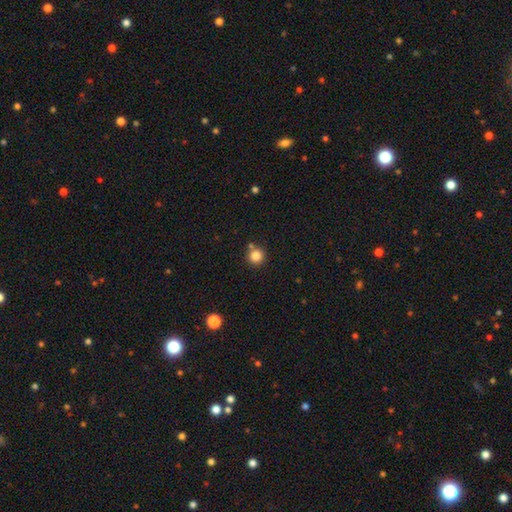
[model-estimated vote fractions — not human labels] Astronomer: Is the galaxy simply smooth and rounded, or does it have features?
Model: smooth — 83%.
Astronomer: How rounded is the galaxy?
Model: round — 94%.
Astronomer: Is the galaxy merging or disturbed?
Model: none — 78%.